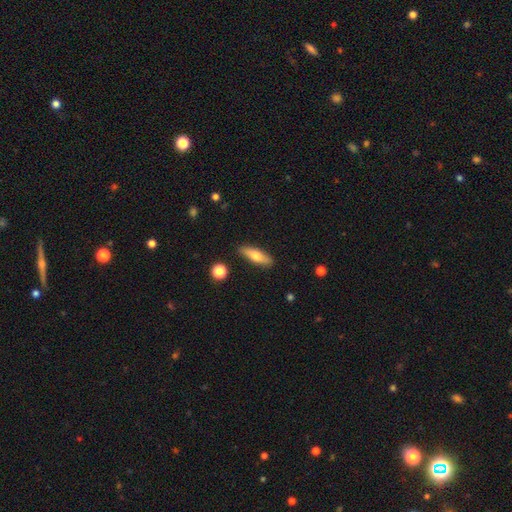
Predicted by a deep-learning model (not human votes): Q: Smooth or featured?
A: smooth (63%); runner-up: featured or disk (30%)
Q: How rounded?
A: cigar-shaped (55%); runner-up: in between (42%)
Q: Merging?
A: none (86%); runner-up: minor disturbance (10%)